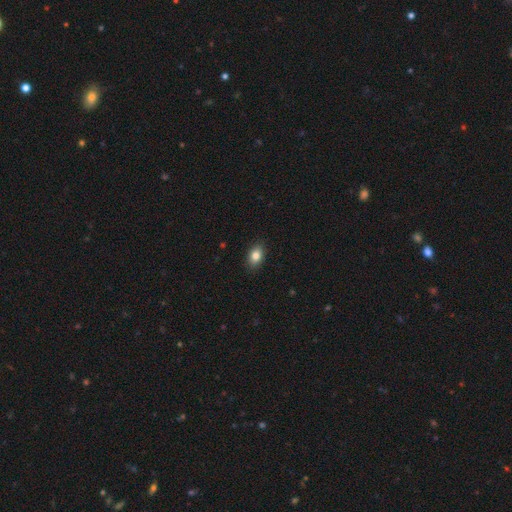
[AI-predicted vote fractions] This appears to be a smooth galaxy with no disk features (83%) that is in between round and cigar-shaped (83%). Merging: none (88%).